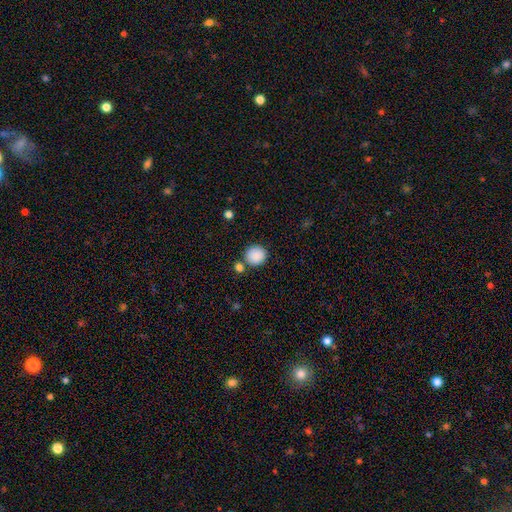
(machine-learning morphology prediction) type=smooth (89%); roundness=round (90%); merging=none (79%).